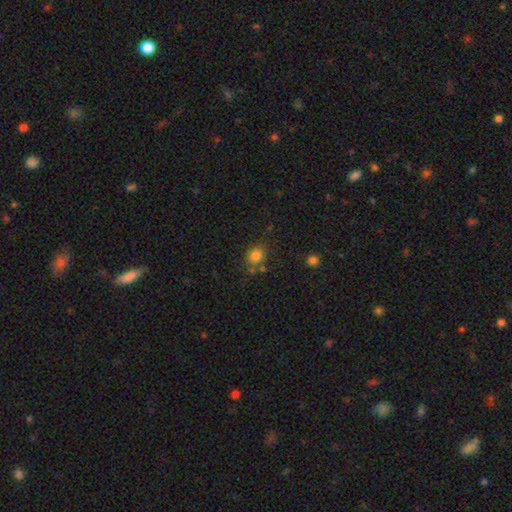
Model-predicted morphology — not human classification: A smooth galaxy with no disk features (80%) that is round (68%). Merging: none (67%).